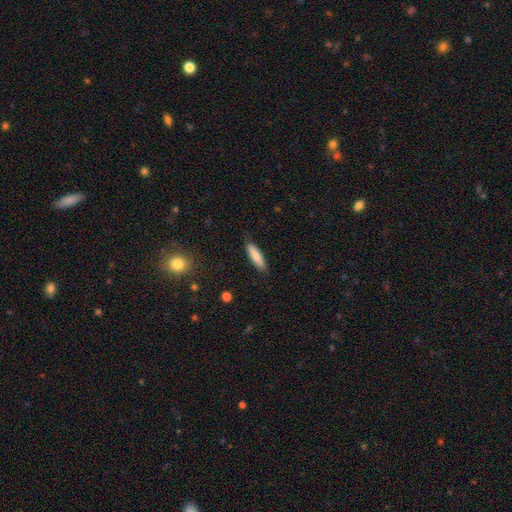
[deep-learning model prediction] This is likely a smooth galaxy (77%). How rounded: likely cigar-shaped (73%). Merging: clearly none (83%).